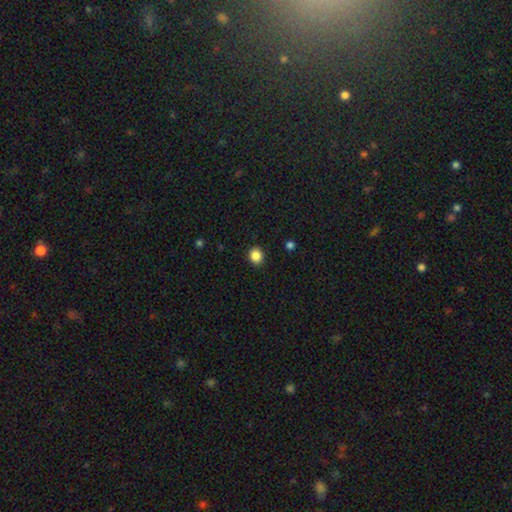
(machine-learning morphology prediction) A smooth galaxy with no disk features (87%) that is round (80%). Merging: none (91%).